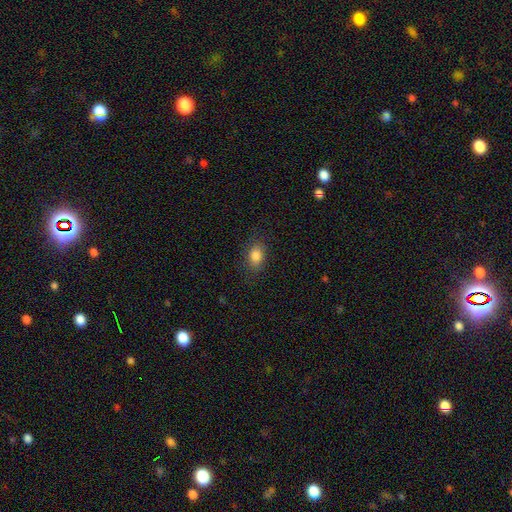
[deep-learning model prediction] smooth-or-featured: smooth: 83% | star or artifact: 10% | featured or disk: 7%
  how-rounded: in between: 75% | round: 23% | cigar-shaped: 2%
  merging: none: 83% | minor disturbance: 12% | major disturbance: 4% | merger: 1%